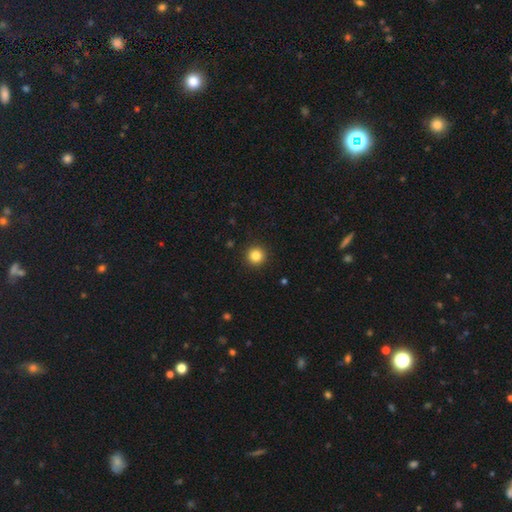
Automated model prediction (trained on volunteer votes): smooth_or_featured: smooth (p=0.84) [alt: star or artifact p=0.11]
how_rounded: round (p=0.96) [alt: in between p=0.03]
merging: none (p=0.93) [alt: minor disturbance p=0.04]